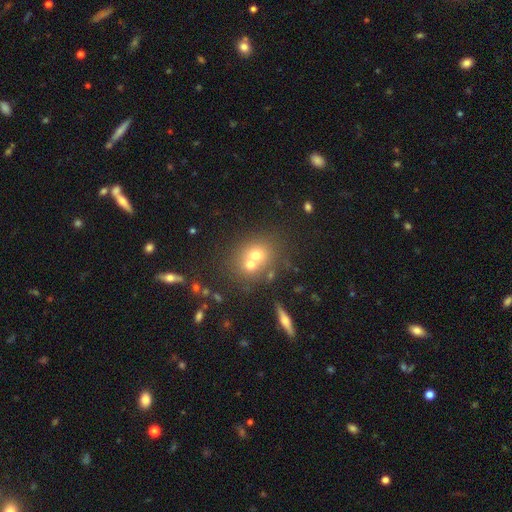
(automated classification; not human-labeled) This appears to be a smooth galaxy with no disk features (61%) that is round (75%). Merging: merger (55%).